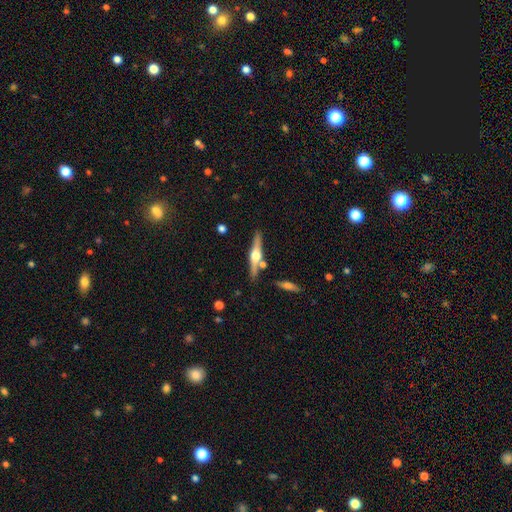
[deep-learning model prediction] featured or disk 73%, smooth 22%, star or artifact 6%. Down the decision tree: edge-on disk — yes (97%); edge-on bulge — rounded (95%); merging — none (81%).